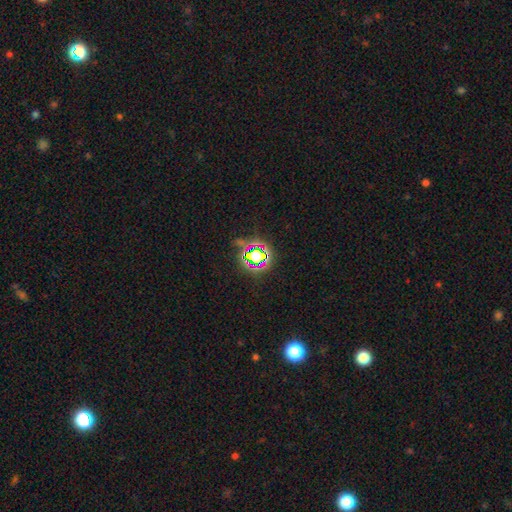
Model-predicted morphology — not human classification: smooth_or_featured: star or artifact (p=0.64) [alt: smooth p=0.23]